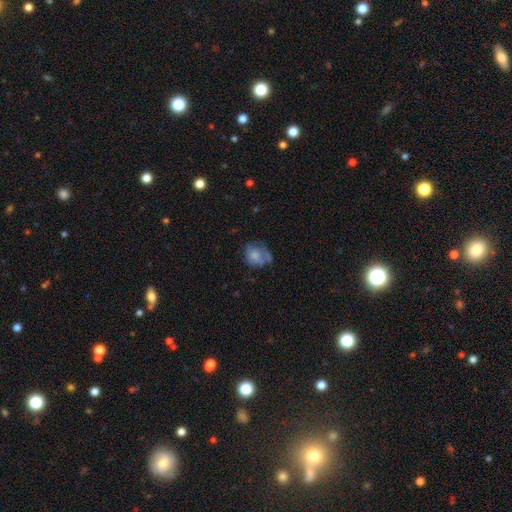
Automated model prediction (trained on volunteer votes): This is likely a smooth galaxy (62%). How rounded: possibly round (53%). Merging: marginally none (41%).